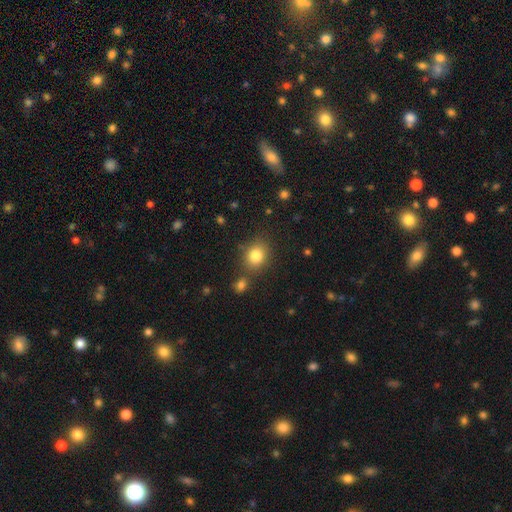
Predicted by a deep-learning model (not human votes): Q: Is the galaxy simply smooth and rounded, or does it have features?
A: smooth — 81%.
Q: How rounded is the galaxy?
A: round — 64%.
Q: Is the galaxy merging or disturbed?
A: none — 75%.